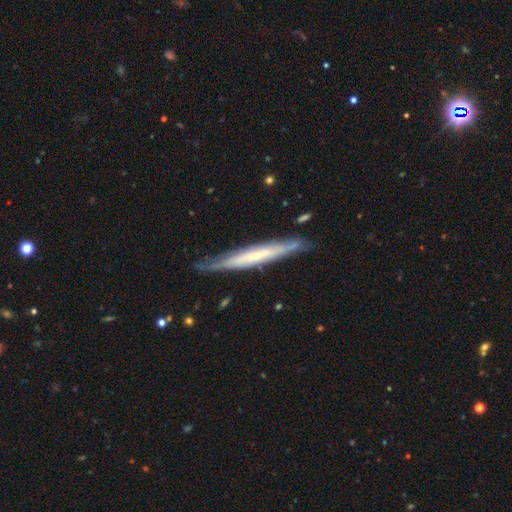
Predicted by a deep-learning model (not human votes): Morphology: type=featured or disk (60%); edge-on=yes (88%); edge-on bulge=none (68%); merging=none (79%).